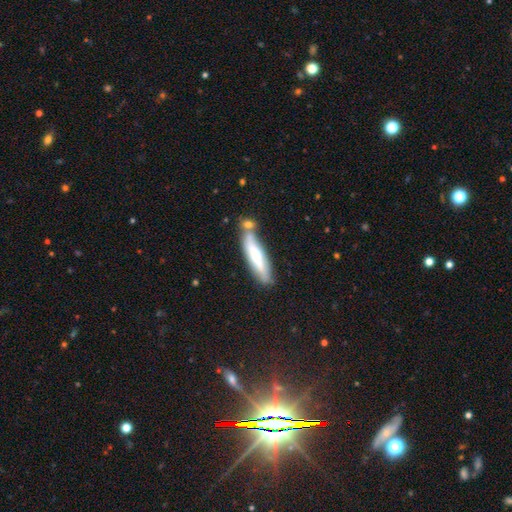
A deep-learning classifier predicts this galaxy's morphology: This appears to be a smooth galaxy with no disk features (62%) that is cigar-shaped (79%). Merging: none (56%).